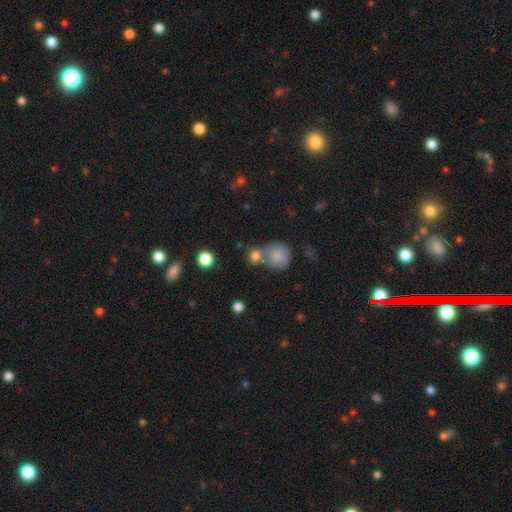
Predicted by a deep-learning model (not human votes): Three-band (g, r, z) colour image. It shows a smooth galaxy with no disk features (64%) that is round (86%). Merging: none (62%).